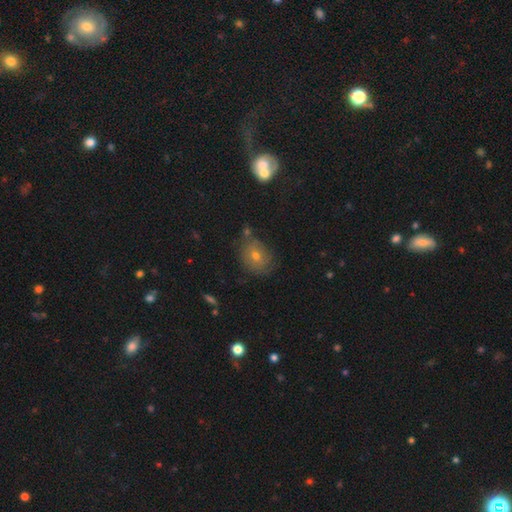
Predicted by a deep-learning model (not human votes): Morphology: type=smooth (45%); merging=none (68%).